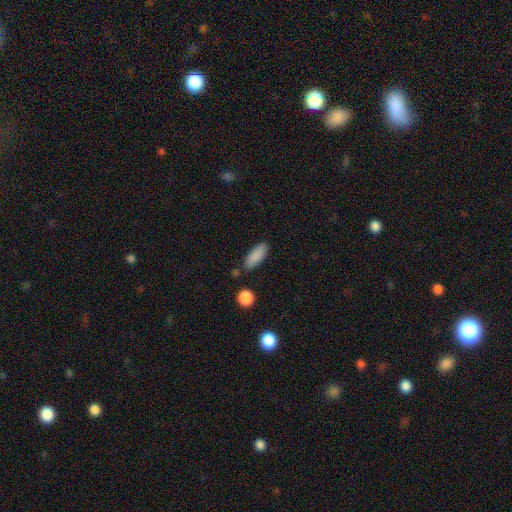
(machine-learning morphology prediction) Smooth or featured: smooth — 87% (star or artifact — 7%)
How rounded: in between — 72% (cigar-shaped — 26%)
Merging: none — 79% (minor disturbance — 13%)